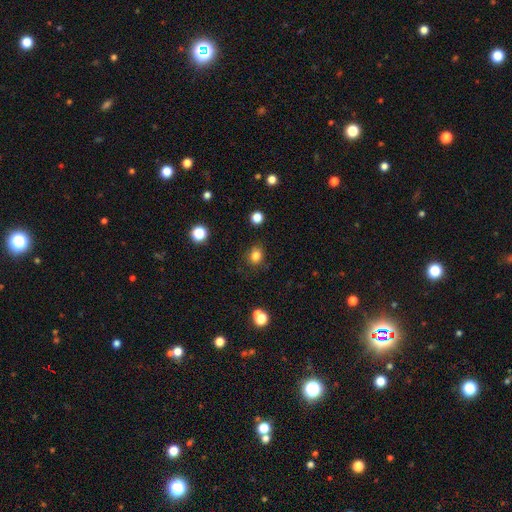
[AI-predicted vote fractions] smooth 82%, star or artifact 13%, featured or disk 5%. Down the decision tree: how rounded — round (67%); merging — none (81%).